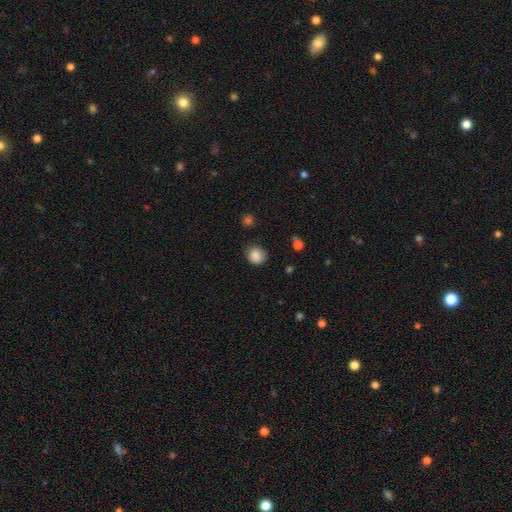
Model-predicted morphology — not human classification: Q: Smooth or featured?
A: smooth (87%); runner-up: star or artifact (9%)
Q: How rounded?
A: round (77%); runner-up: in between (22%)
Q: Merging?
A: none (80%); runner-up: minor disturbance (15%)